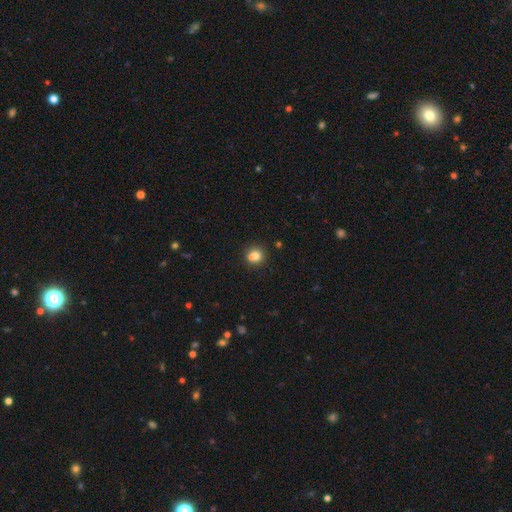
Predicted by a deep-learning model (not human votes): Smooth or featured? smooth (78%)
How rounded? round (75%)
Merging? none (60%)